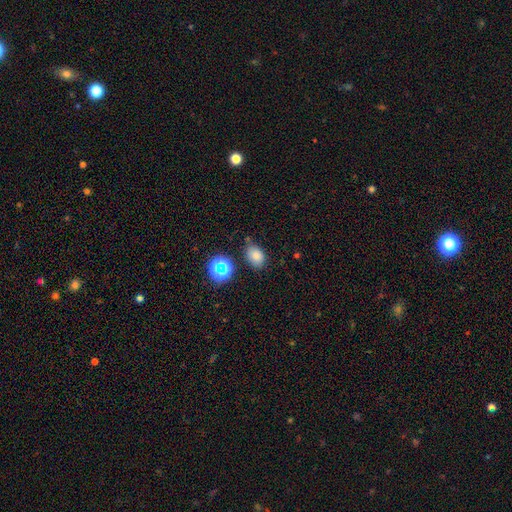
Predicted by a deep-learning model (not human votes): smooth_or_featured: smooth (p=0.76) [alt: star or artifact p=0.16]
how_rounded: in between (p=0.76) [alt: round p=0.23]
merging: none (p=0.73) [alt: minor disturbance p=0.18]